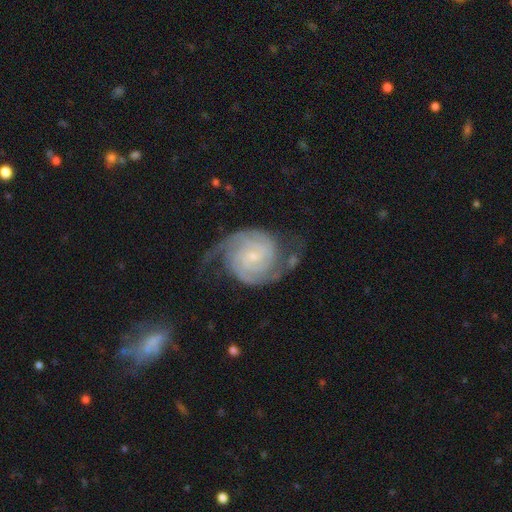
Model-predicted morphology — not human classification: A featured or disk galaxy (89%) with no bar (62%), 2 (85%) tight (50%) spiral arms (98%) and a small central bulge (74%).

Vote fractions:
- Smooth or featured? featured or disk: 89% / star or artifact: 6% / smooth: 6%
- Edge-on disk? no: 98% / yes: 2%
- Bar? no: 62% / weak: 28% / strong: 9%
- Spiral arms? yes: 98% / no: 2%
- Spiral winding? tight: 50% / medium: 39% / loose: 11%
- Spiral arm count? 2: 85% / can't tell: 5% / 3: 5% / 4: 2% / 1: 2% / more than 4: 2%
- Bulge size? small: 74% / moderate: 17% / none: 5% / large: 2% / dominant: 1%
- Merging? none: 71% / minor disturbance: 16% / major disturbance: 10% / merger: 3%